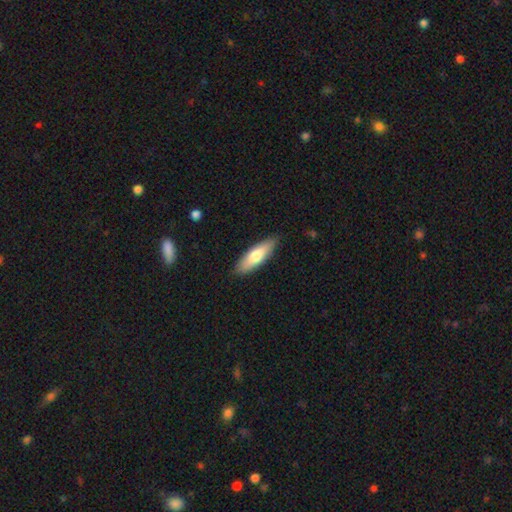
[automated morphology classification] smooth-or-featured: smooth: 70% | featured or disk: 25% | star or artifact: 5%
  how-rounded: cigar-shaped: 51% | in between: 47% | round: 2%
  merging: none: 87% | minor disturbance: 10% | major disturbance: 2% | merger: 1%